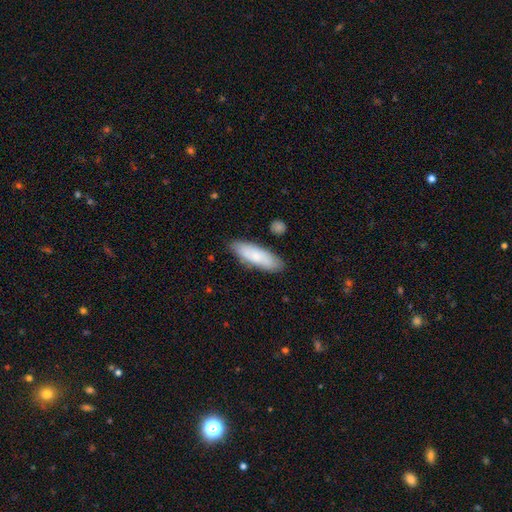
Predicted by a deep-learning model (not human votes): This appears to be a smooth galaxy with no disk features (75%) that is in between round and cigar-shaped (52%). Merging: none (83%).